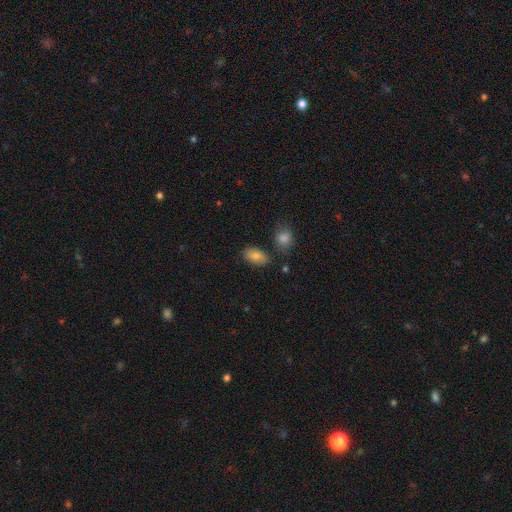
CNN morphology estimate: This appears to be a smooth galaxy with no disk features (81%) that is in between round and cigar-shaped (91%). Merging: none (77%).